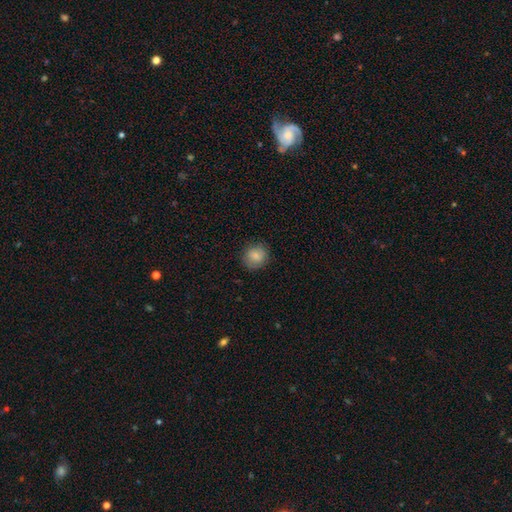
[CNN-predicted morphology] type=smooth (85%); roundness=round (83%); merging=none (85%).